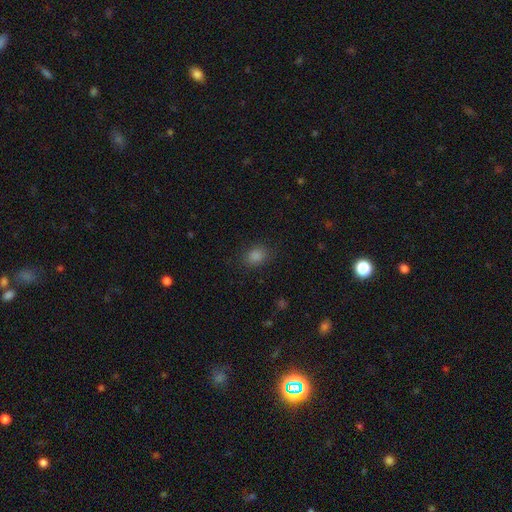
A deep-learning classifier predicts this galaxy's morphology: A smooth galaxy with no disk features (80%) that is in between round and cigar-shaped (55%). Merging: none (86%).